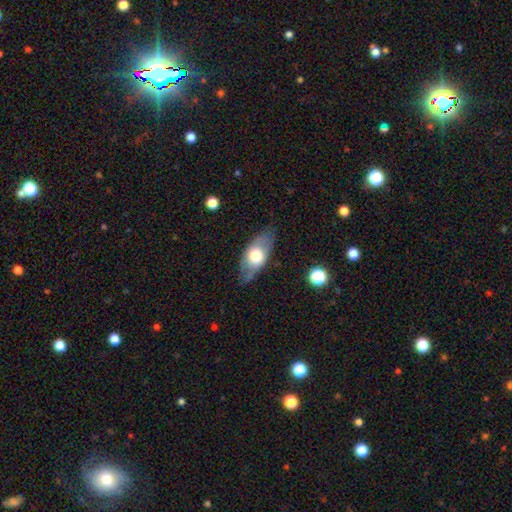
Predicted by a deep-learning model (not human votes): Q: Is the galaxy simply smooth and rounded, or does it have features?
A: smooth — 58%.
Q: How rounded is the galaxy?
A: in between — 84%.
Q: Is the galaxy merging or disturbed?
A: none — 75%.